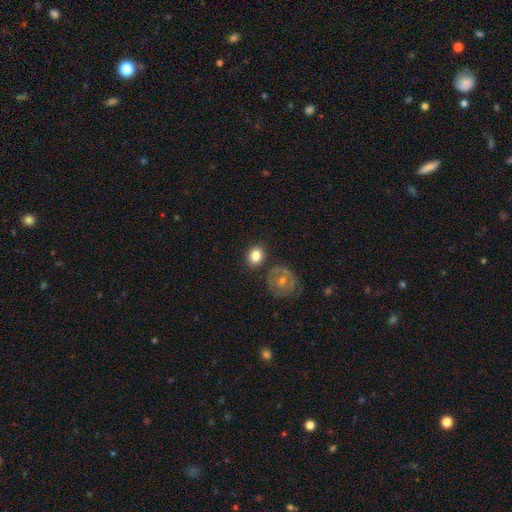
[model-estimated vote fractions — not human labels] Smooth or featured? Predicted: smooth (p=0.81). How rounded? Predicted: round (p=0.66). Merging? Predicted: none (p=0.79).